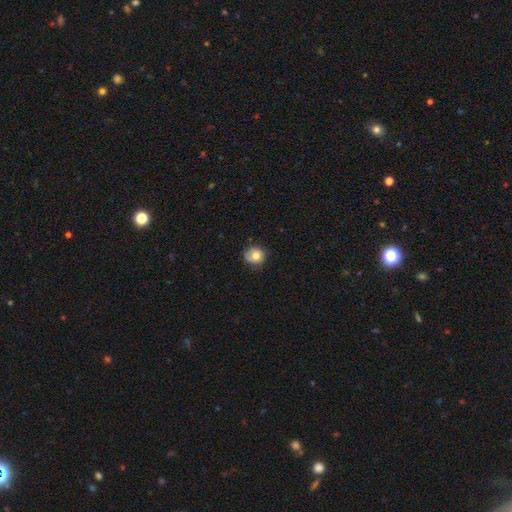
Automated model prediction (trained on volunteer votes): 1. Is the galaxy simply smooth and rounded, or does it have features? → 75% smooth, 16% featured or disk, 9% star or artifact.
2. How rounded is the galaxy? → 82% round, 18% in between, 1% cigar-shaped.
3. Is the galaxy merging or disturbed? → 67% none, 25% minor disturbance, 6% major disturbance, 2% merger.